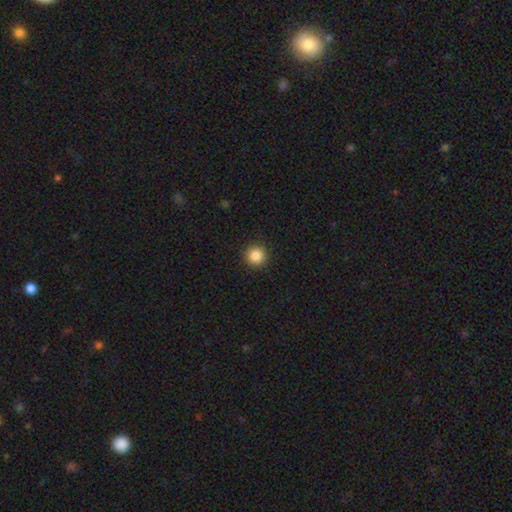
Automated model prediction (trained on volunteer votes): Smooth or featured? Predicted: smooth (p=0.87). How rounded? Predicted: round (p=0.95). Merging? Predicted: none (p=0.92).